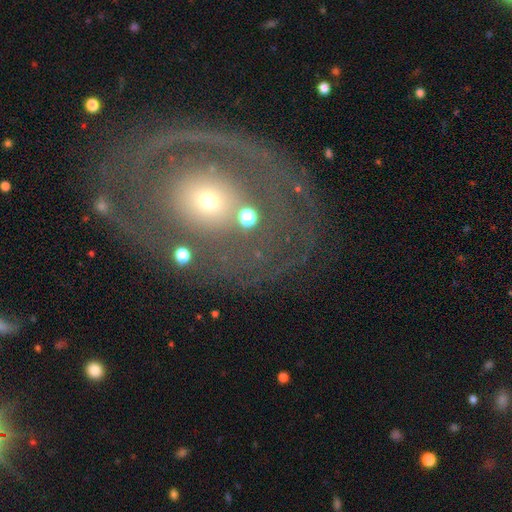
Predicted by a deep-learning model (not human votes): This appears to be a featured or disk galaxy (70%) with no bar (87%), no spiral arms (55%) and a small central bulge (51%). Merging: none (69%).